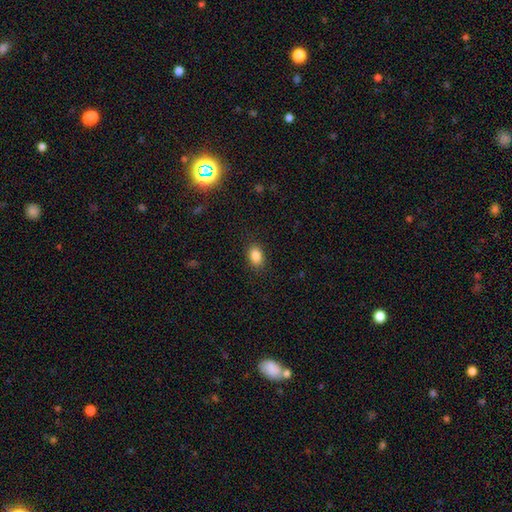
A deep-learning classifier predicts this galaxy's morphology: Smooth or featured: smooth — 86% (star or artifact — 9%)
How rounded: in between — 82% (round — 17%)
Merging: none — 88% (minor disturbance — 9%)